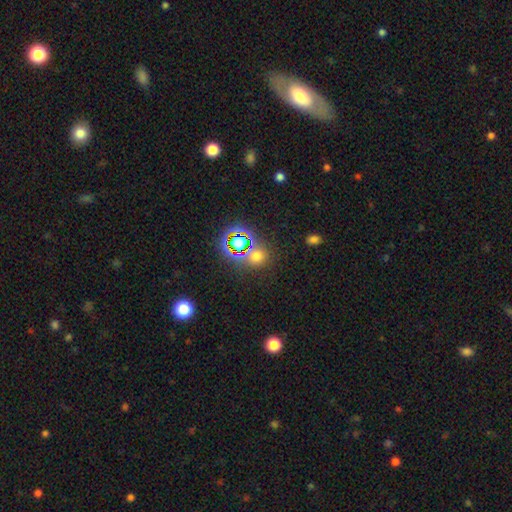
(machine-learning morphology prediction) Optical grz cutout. It shows a smooth galaxy with no disk features (53%) that is round (84%). Merging: none (73%).